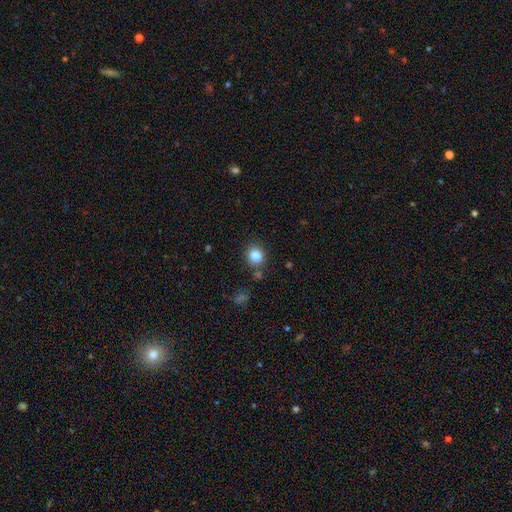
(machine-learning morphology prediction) A smooth galaxy with no disk features (83%) that is round (65%).

Vote fractions:
- Smooth or featured? smooth: 83% / star or artifact: 11% / featured or disk: 6%
- How rounded? round: 65% / in between: 34% / cigar-shaped: 1%
- Merging? none: 81% / minor disturbance: 11% / merger: 5% / major disturbance: 3%